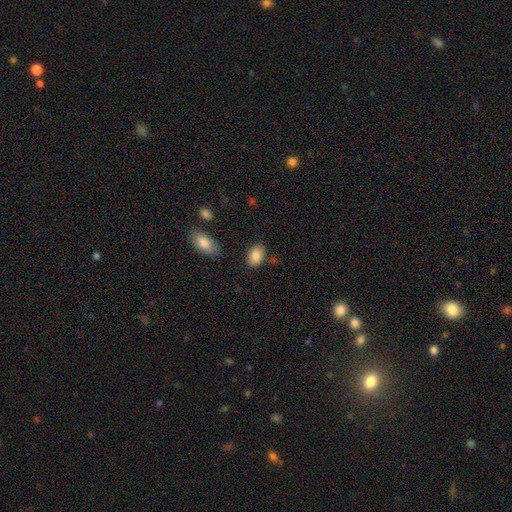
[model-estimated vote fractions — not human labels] smooth_or_featured: smooth (p=0.85) [alt: featured or disk p=0.08]
how_rounded: in between (p=0.89) [alt: round p=0.10]
merging: none (p=0.80) [alt: minor disturbance p=0.13]